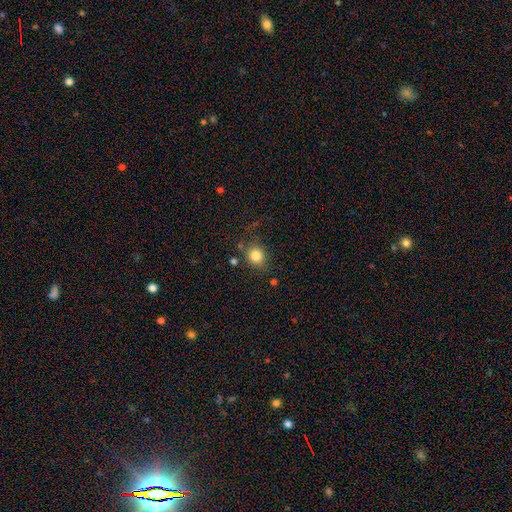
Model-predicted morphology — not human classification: smooth-or-featured: smooth: 83% | star or artifact: 11% | featured or disk: 7%
  how-rounded: round: 77% | in between: 22% | cigar-shaped: 1%
  merging: none: 75% | minor disturbance: 14% | major disturbance: 5% | merger: 5%